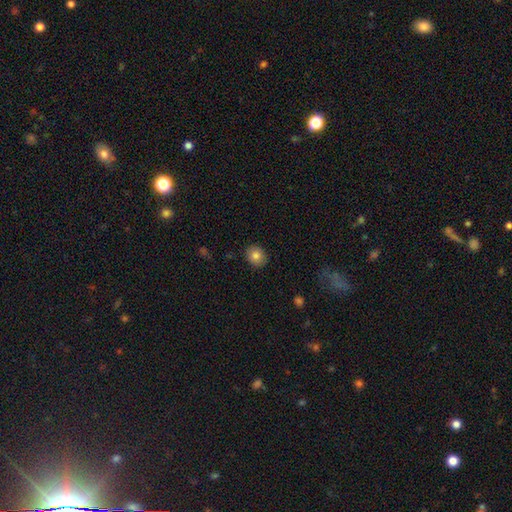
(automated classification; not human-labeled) This is clearly a smooth galaxy (83%). How rounded: likely round (74%). Merging: clearly none (90%).